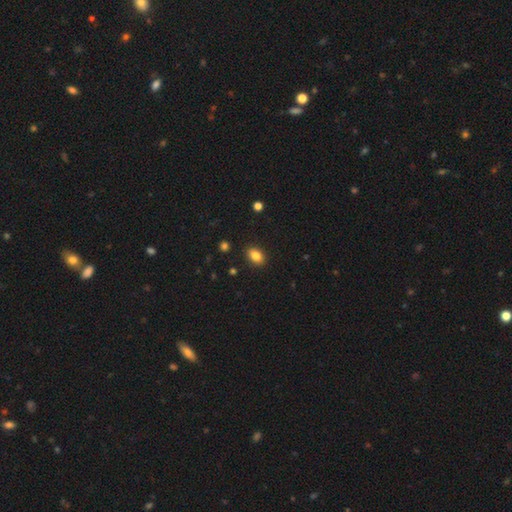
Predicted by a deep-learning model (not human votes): Overall: smooth (84%). How rounded: in between (81%). Merging: none (89%).